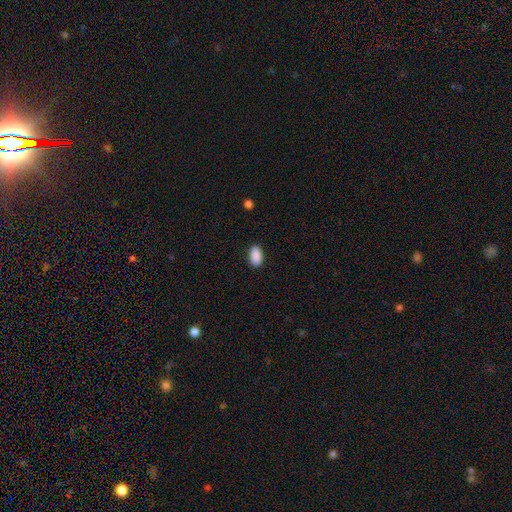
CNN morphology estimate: type=smooth (90%); roundness=in between (93%); merging=none (89%).